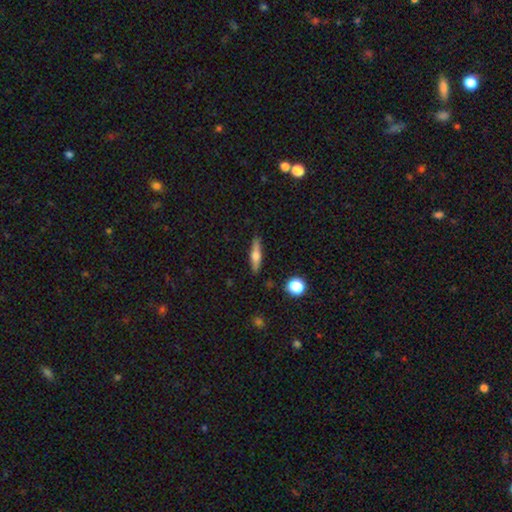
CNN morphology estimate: Smooth or featured: smooth — 49% (featured or disk — 43%)
Merging: none — 86% (minor disturbance — 10%)